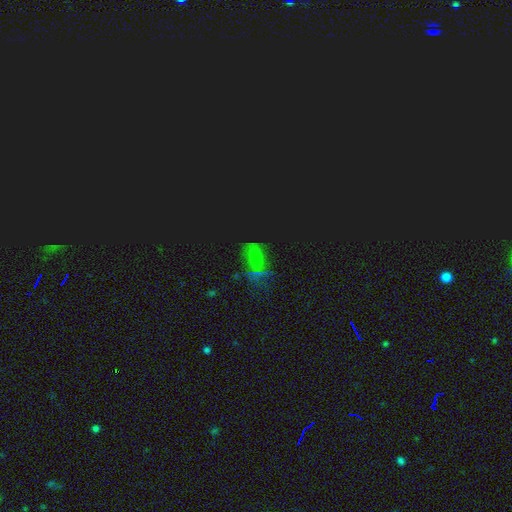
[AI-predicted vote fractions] Smooth or featured: star or artifact — 55% (smooth — 30%)